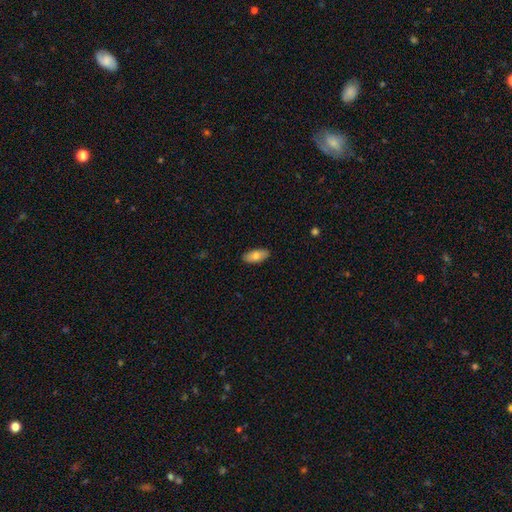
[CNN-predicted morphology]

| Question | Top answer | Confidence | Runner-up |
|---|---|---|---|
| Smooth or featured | smooth | 75% | featured or disk (19%) |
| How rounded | in between | 89% | cigar-shaped (9%) |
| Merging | none | 88% | minor disturbance (9%) |